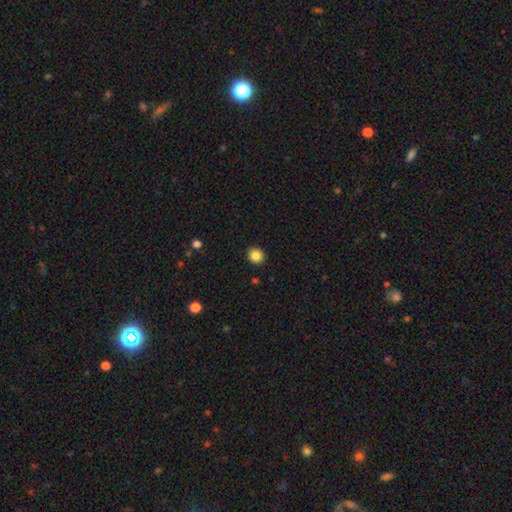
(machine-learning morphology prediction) Q: Smooth or featured?
A: smooth (86%); runner-up: star or artifact (10%)
Q: How rounded?
A: round (89%); runner-up: in between (10%)
Q: Merging?
A: none (92%); runner-up: minor disturbance (5%)